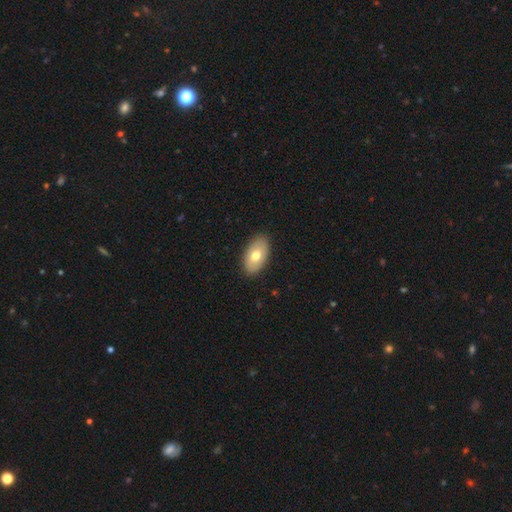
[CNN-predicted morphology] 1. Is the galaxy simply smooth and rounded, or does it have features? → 70% smooth, 24% featured or disk, 6% star or artifact.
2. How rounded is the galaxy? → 93% in between, 5% round, 2% cigar-shaped.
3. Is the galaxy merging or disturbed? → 87% none, 10% minor disturbance, 2% major disturbance, 1% merger.